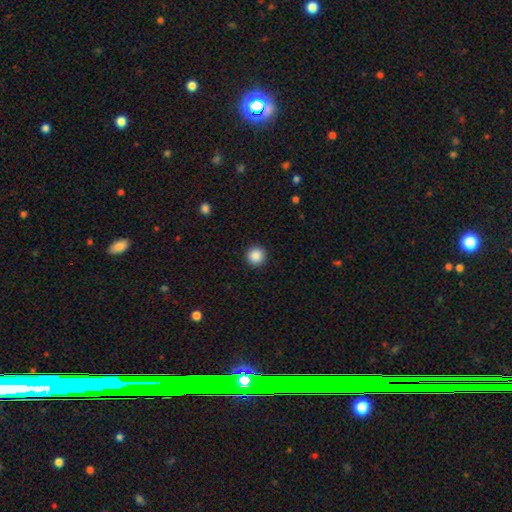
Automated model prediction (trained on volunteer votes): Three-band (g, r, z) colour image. It shows a smooth galaxy with no disk features (87%) that is round (95%). Merging: none (93%).